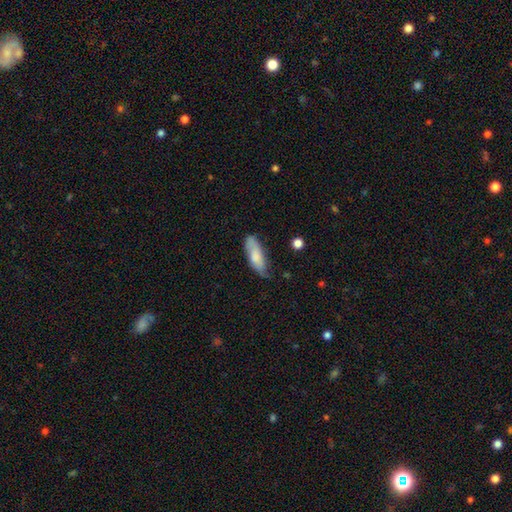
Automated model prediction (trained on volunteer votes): This appears to be a smooth galaxy with no disk features (73%) that is in between round and cigar-shaped (63%). Merging: none (61%).